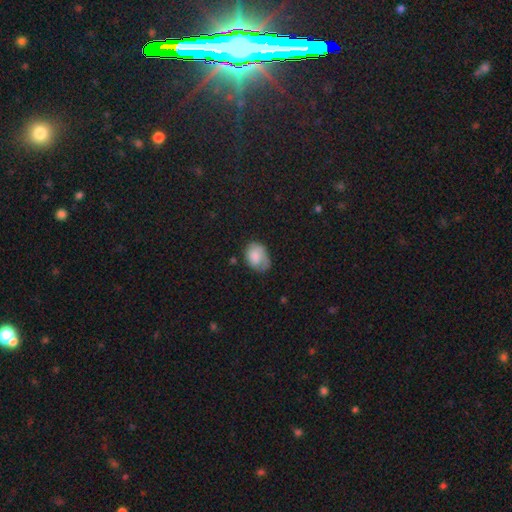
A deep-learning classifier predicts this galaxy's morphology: type=smooth (72%); roundness=in between (73%); merging=none (47%).